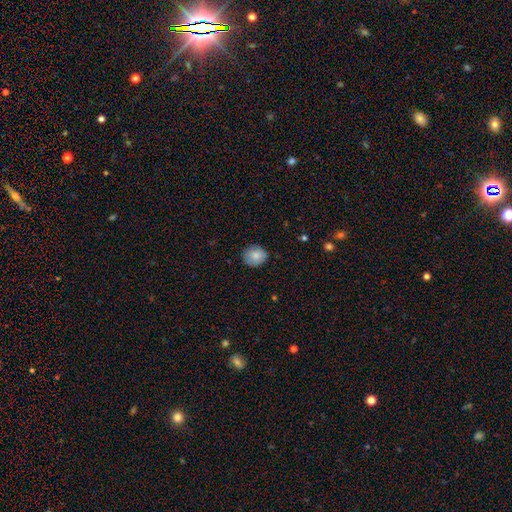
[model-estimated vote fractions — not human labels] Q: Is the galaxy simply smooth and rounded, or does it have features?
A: smooth — 83%.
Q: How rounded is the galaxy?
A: round — 72%.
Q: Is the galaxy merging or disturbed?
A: none — 80%.